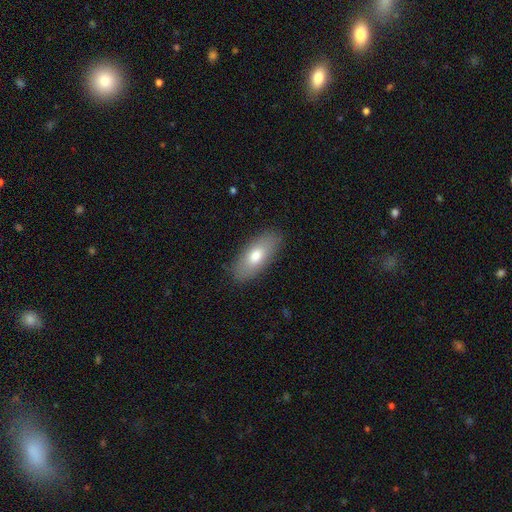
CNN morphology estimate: type=smooth (74%); roundness=in between (82%); merging=none (87%).